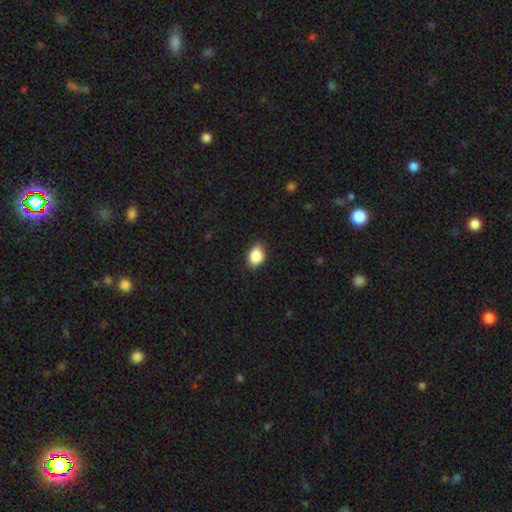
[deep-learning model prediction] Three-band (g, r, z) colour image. It shows a smooth galaxy with no disk features (88%) that is in between round and cigar-shaped (79%). Merging: none (82%).